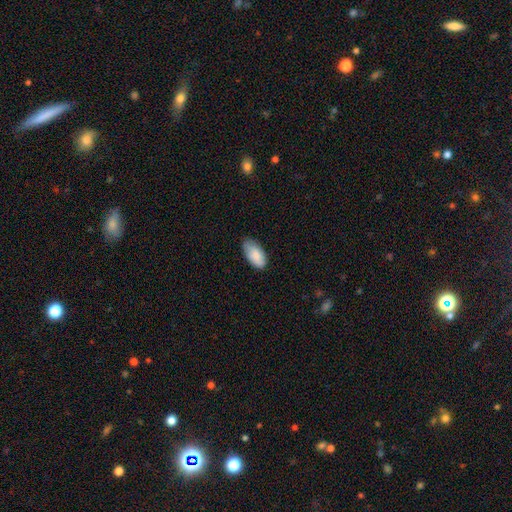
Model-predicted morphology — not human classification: Q: Smooth or featured?
A: smooth (84%); runner-up: featured or disk (10%)
Q: How rounded?
A: in between (94%); runner-up: cigar-shaped (3%)
Q: Merging?
A: none (70%); runner-up: minor disturbance (26%)